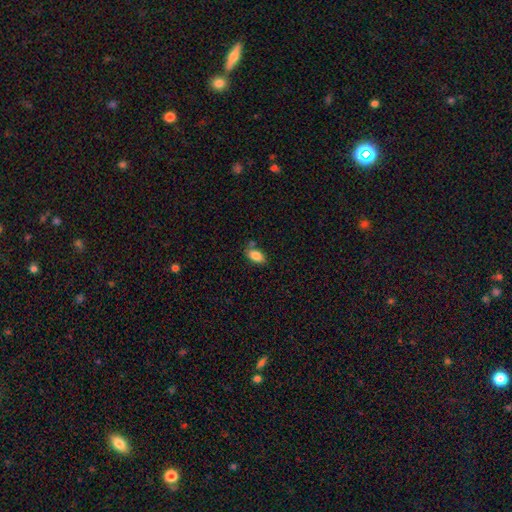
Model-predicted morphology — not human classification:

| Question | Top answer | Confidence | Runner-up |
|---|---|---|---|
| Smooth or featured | smooth | 85% | star or artifact (8%) |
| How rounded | in between | 90% | cigar-shaped (6%) |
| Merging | none | 68% | minor disturbance (19%) |